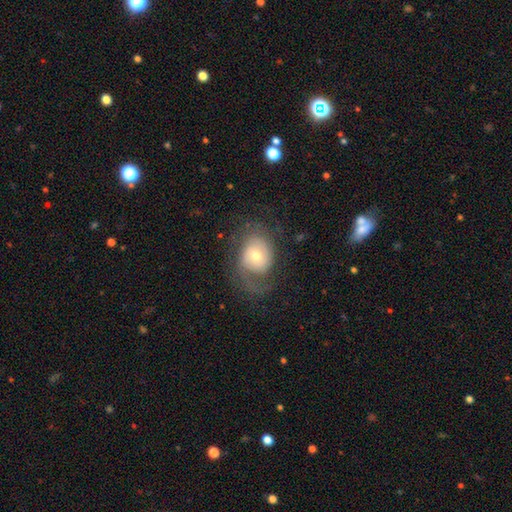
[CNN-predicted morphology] Smooth or featured? featured or disk (59%)
Edge-on disk? no (96%)
Bar? no (73%)
Spiral arms? yes (80%)
Bulge size? moderate (62%)
Merging? none (51%)